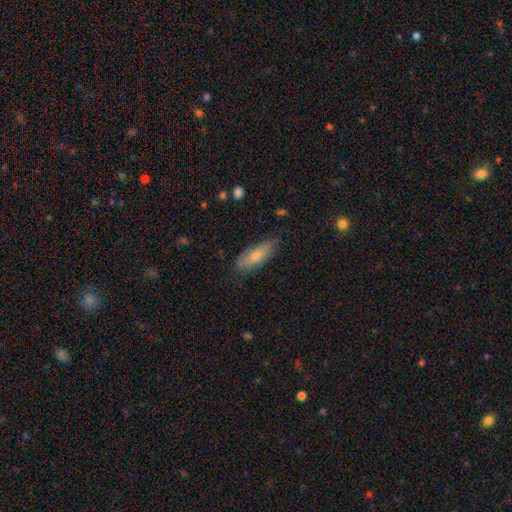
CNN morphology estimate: This is likely a smooth galaxy (72%). How rounded: likely in between (64%). Merging: likely none (74%).